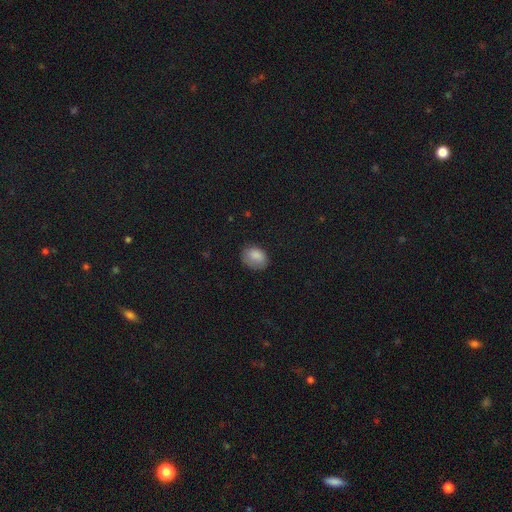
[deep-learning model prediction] Smooth or featured?
  - smooth: 84% *
  - star or artifact: 9%
  - featured or disk: 7%
How rounded?
  - in between: 67% *
  - round: 32%
  - cigar-shaped: 1%
Merging?
  - none: 66% *
  - minor disturbance: 24%
  - major disturbance: 8%
  - merger: 1%